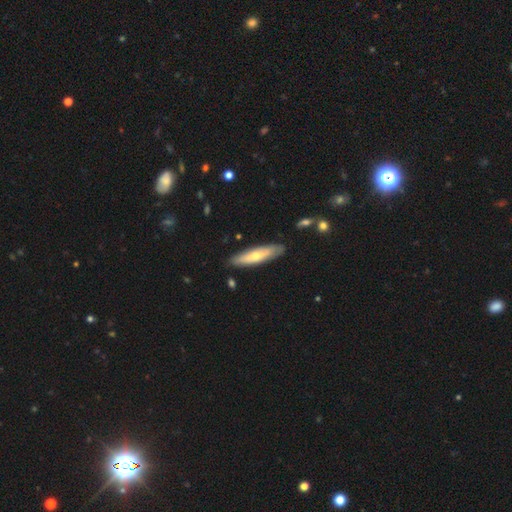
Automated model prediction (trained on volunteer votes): A smooth galaxy with no disk features (54%) that is cigar-shaped (77%). Merging: none (86%).